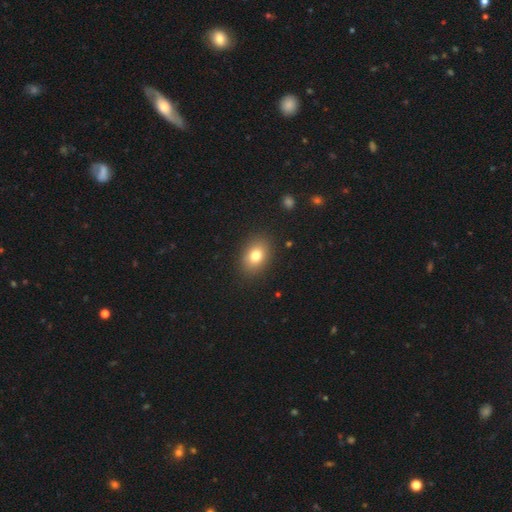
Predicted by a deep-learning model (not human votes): Smooth or featured?
  - smooth: 78% *
  - featured or disk: 11%
  - star or artifact: 11%
How rounded?
  - in between: 72% *
  - round: 27%
  - cigar-shaped: 1%
Merging?
  - none: 88% *
  - minor disturbance: 8%
  - major disturbance: 3%
  - merger: 1%